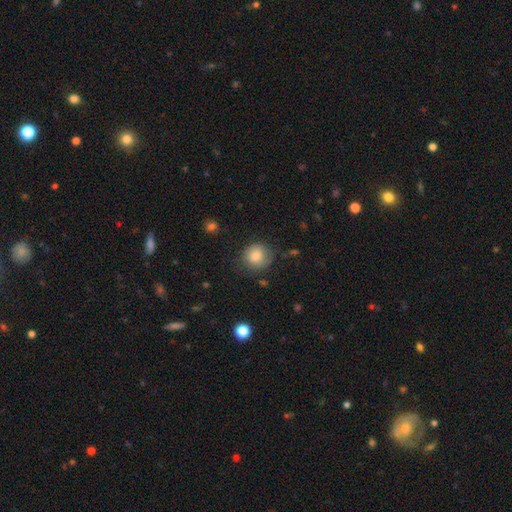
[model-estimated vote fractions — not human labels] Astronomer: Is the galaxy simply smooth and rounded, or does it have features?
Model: smooth — 81%.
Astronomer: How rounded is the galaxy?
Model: round — 86%.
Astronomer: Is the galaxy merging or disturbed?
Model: none — 71%.